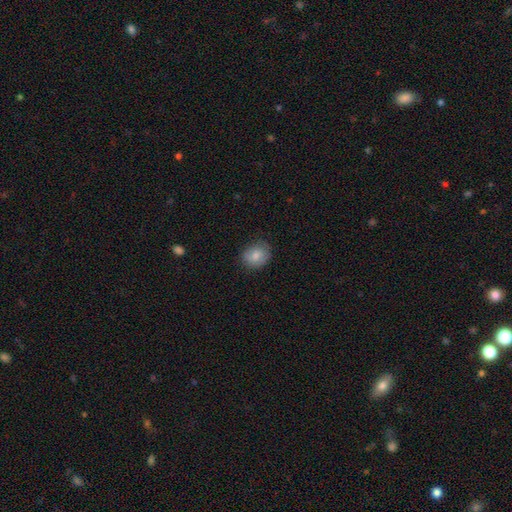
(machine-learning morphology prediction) A smooth galaxy with no disk features (80%) that is round (60%).

Vote fractions:
- Smooth or featured? smooth: 80% / featured or disk: 12% / star or artifact: 8%
- How rounded? round: 60% / in between: 39% / cigar-shaped: 1%
- Merging? none: 78% / minor disturbance: 17% / major disturbance: 4% / merger: 1%